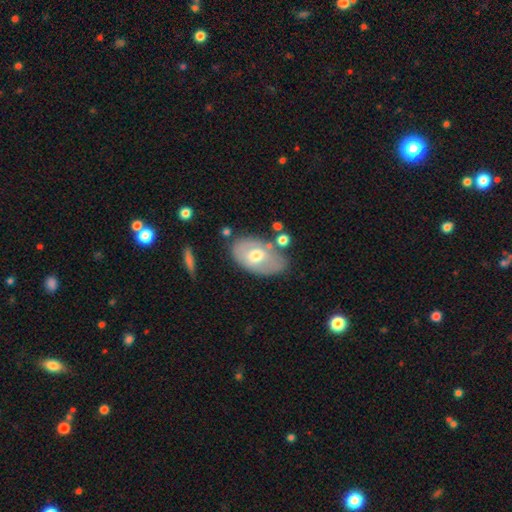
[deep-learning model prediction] The model was most divided on "smooth or featured": smooth: 52%, featured or disk: 42%, star or artifact: 6%. More confident: how rounded — in between (91%); merging — none (65%).